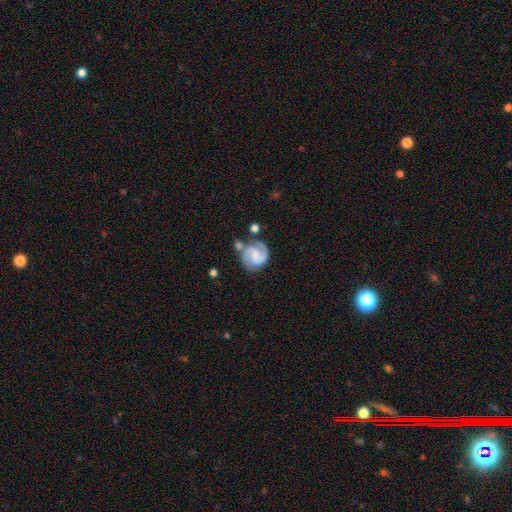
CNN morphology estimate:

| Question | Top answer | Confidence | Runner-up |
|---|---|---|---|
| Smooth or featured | featured or disk | 82% | smooth (13%) |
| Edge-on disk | no | 98% | yes (2%) |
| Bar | weak | 48% | no (37%) |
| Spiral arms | yes | 97% | no (3%) |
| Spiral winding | medium | 49% | tight (38%) |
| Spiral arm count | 2 | 89% | can't tell (4%) |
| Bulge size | small | 41% | moderate (28%) |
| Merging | none | 64% | minor disturbance (16%) |